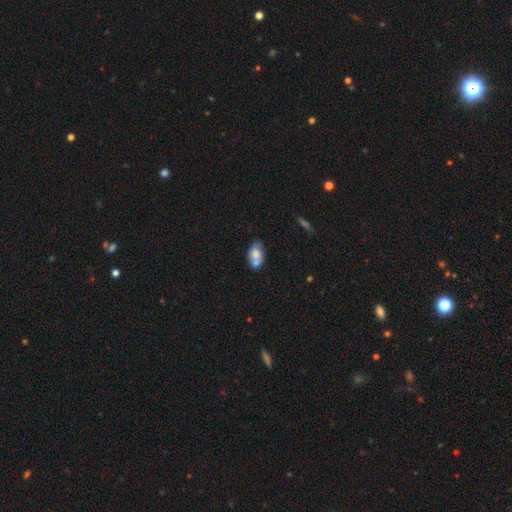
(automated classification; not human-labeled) Smooth or featured? smooth (68%)
How rounded? in between (86%)
Merging? merger (40%)